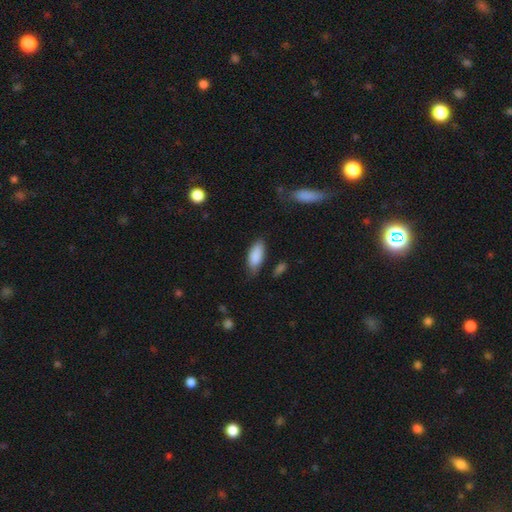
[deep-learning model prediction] A smooth galaxy with no disk features (88%) that is in between round and cigar-shaped (84%). Merging: none (68%).